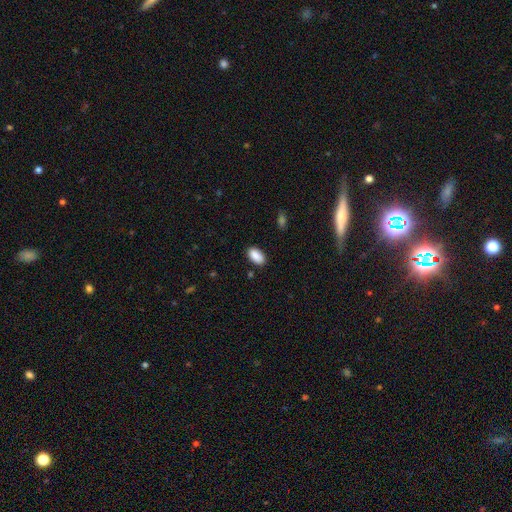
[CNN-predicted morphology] type=smooth (89%); roundness=in between (94%); merging=none (86%).